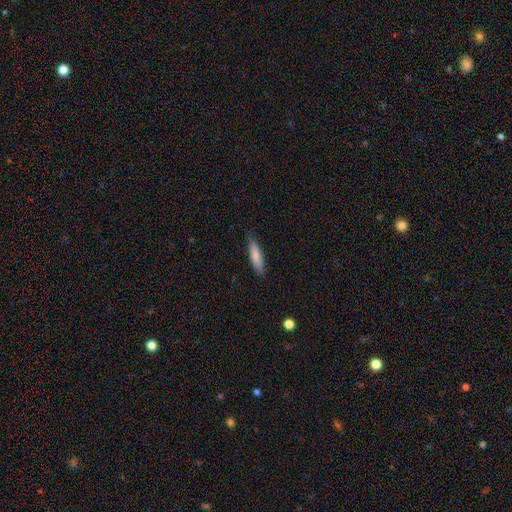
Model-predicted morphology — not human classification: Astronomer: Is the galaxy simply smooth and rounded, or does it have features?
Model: smooth — 81%.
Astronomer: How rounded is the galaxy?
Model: cigar-shaped — 70%.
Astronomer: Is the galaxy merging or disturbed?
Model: none — 81%.